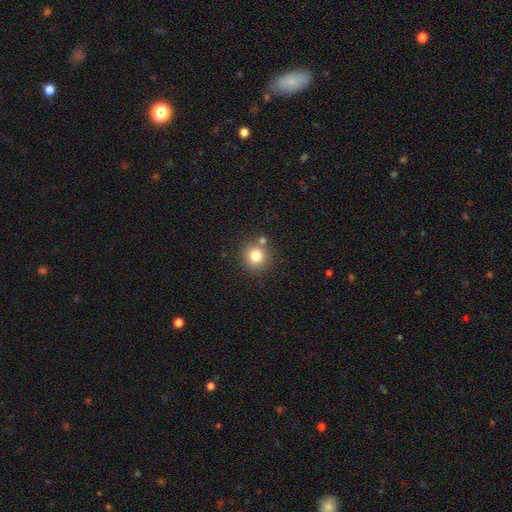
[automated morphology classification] The model was most divided on "merging": none: 76%, merger: 12%, minor disturbance: 9%, major disturbance: 3%. More confident: how rounded — round (92%); smooth or featured — smooth (80%).